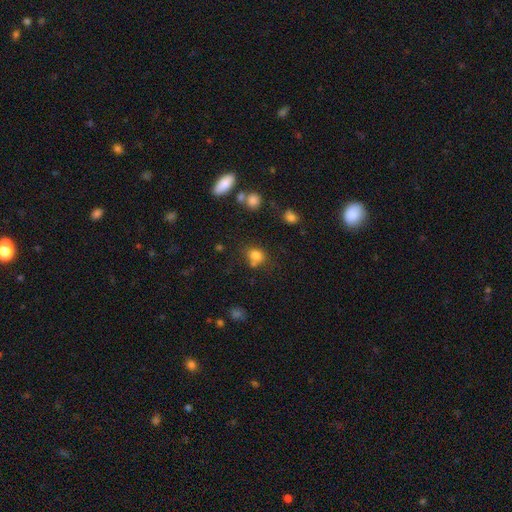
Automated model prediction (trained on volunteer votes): Smooth or featured: smooth — 78% (star or artifact — 14%)
How rounded: round — 62% (in between — 37%)
Merging: none — 54% (merger — 24%)